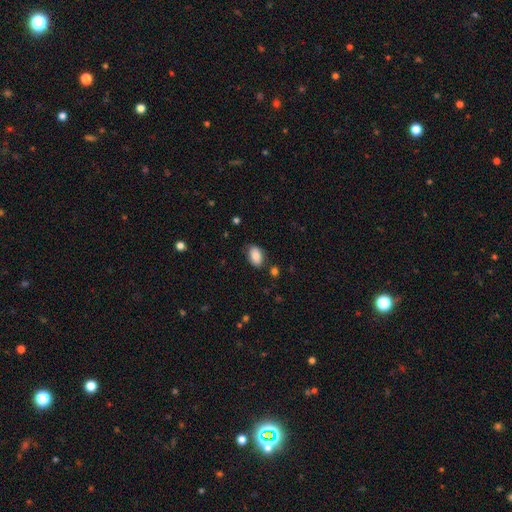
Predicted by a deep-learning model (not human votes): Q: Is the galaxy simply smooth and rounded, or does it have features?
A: smooth — 83%.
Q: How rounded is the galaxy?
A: in between — 90%.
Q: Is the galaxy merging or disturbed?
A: none — 79%.